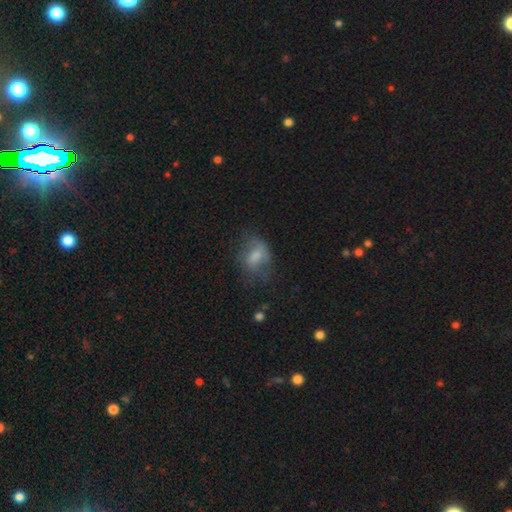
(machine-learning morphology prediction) A smooth galaxy with no disk features (58%) that is in between round and cigar-shaped (74%). Merging: none (44%).